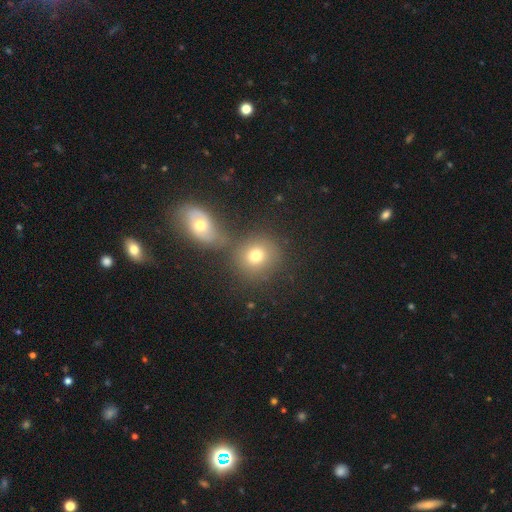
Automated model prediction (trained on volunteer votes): A smooth galaxy with no disk features (73%) that is round (79%). Merging: none (58%).